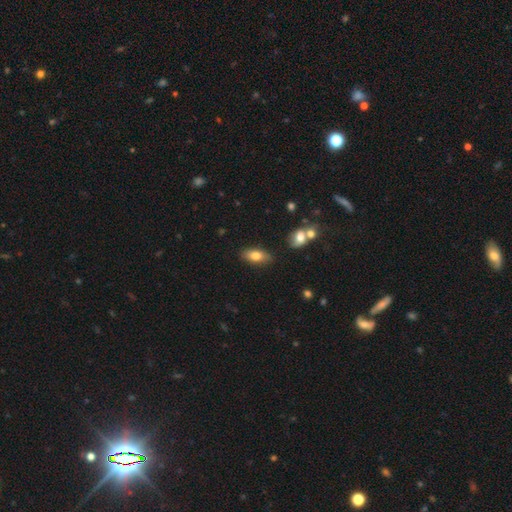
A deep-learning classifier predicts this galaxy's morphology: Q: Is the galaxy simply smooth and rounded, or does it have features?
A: smooth — 78%.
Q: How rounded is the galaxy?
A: in between — 87%.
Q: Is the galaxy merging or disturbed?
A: none — 82%.